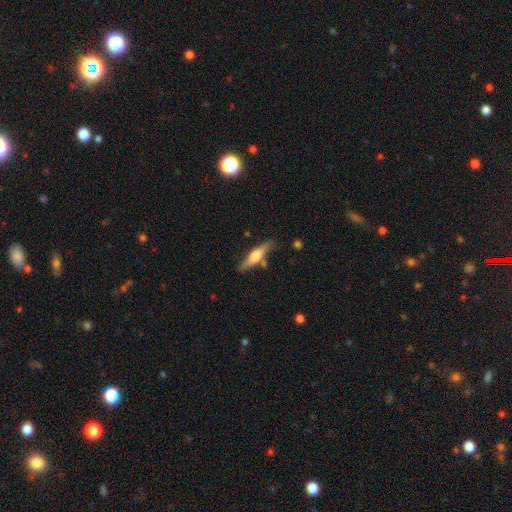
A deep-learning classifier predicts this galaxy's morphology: The model was most divided on "smooth or featured": featured or disk: 53%, smooth: 41%, star or artifact: 6%. More confident: edge-on disk — yes (92%); merging — none (76%).